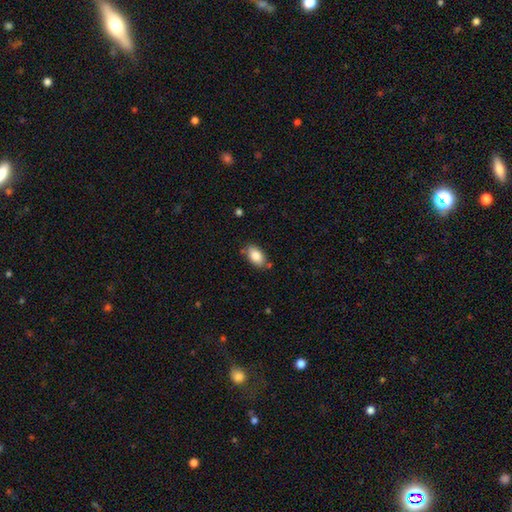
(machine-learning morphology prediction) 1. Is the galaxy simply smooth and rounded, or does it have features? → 85% smooth, 8% featured or disk, 7% star or artifact.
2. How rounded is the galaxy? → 92% in between, 6% round, 2% cigar-shaped.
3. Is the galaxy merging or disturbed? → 77% none, 15% minor disturbance, 5% merger, 3% major disturbance.